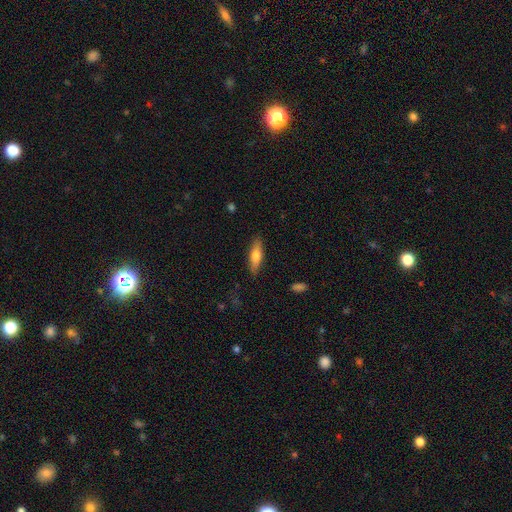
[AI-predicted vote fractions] This appears to be a smooth galaxy with no disk features (65%) that is cigar-shaped (58%). Merging: none (86%).